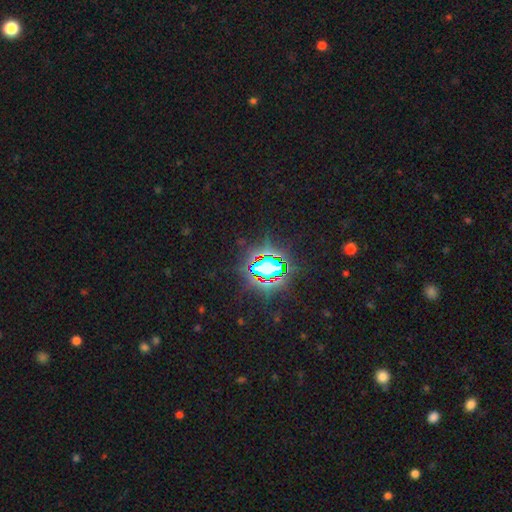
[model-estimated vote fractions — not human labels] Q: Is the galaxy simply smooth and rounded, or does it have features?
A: star or artifact — 82%.